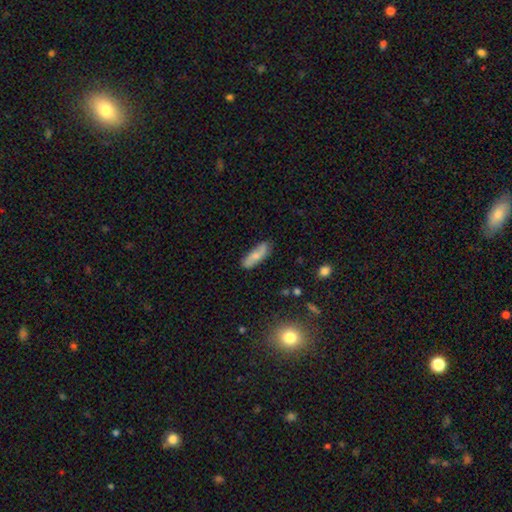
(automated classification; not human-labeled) This is likely a smooth galaxy (61%). How rounded: possibly in between (56%). Merging: likely none (78%).